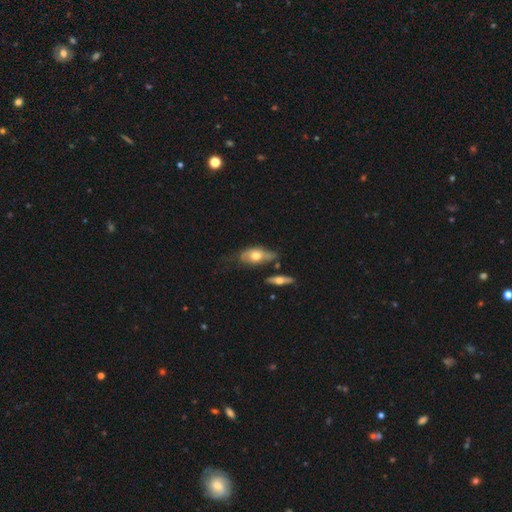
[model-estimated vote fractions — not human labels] A smooth galaxy with no disk features (54%) that is in between round and cigar-shaped (84%).

Vote fractions:
- Smooth or featured? smooth: 54% / featured or disk: 40% / star or artifact: 6%
- How rounded? in between: 84% / cigar-shaped: 10% / round: 6%
- Merging? none: 45% / minor disturbance: 32% / major disturbance: 13% / merger: 10%